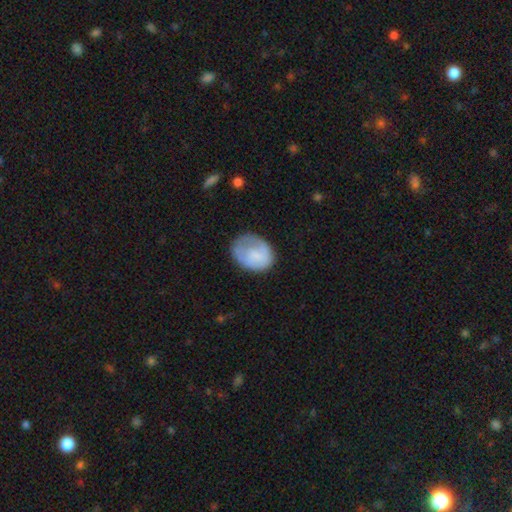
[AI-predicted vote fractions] Smooth or featured? smooth (65%)
How rounded? in between (60%)
Merging? none (47%)